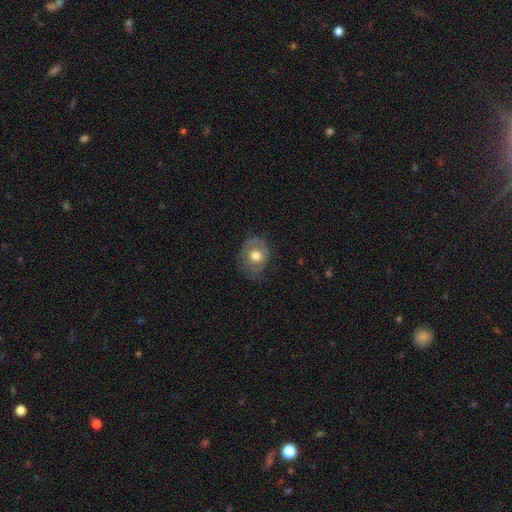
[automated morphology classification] This appears to be a smooth galaxy with no disk features (59%) that is round (57%). Merging: none (63%).